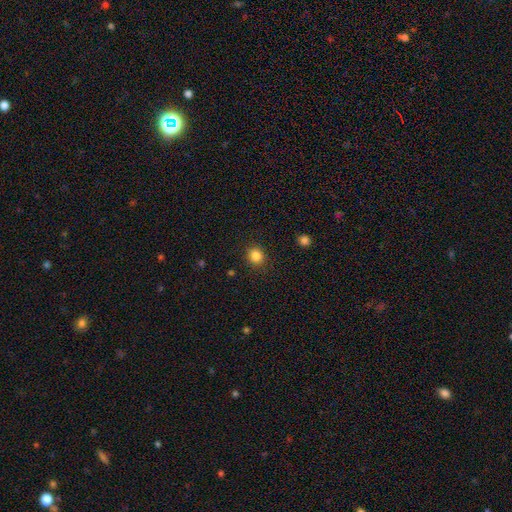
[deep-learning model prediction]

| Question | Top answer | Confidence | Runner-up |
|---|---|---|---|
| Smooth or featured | smooth | 84% | star or artifact (11%) |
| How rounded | round | 88% | in between (11%) |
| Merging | none | 91% | minor disturbance (6%) |